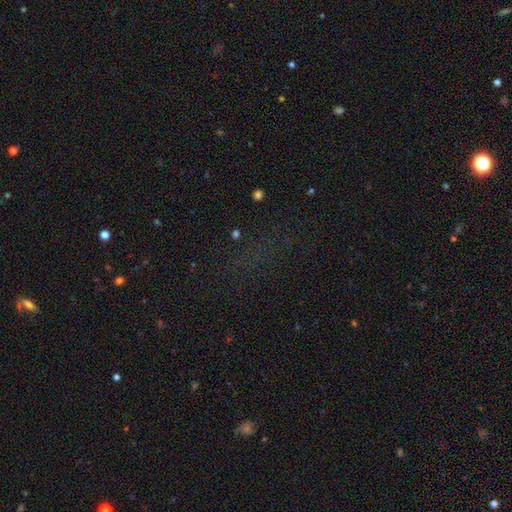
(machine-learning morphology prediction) This is likely a star or artifact rather than a galaxy (64%).